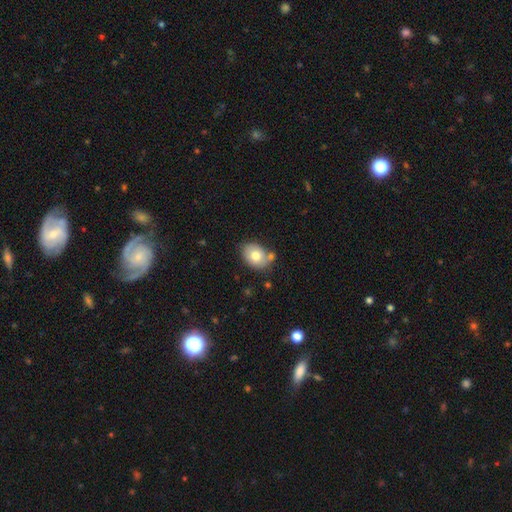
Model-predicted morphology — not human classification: Smooth or featured? smooth (75%)
How rounded? in between (68%)
Merging? none (64%)